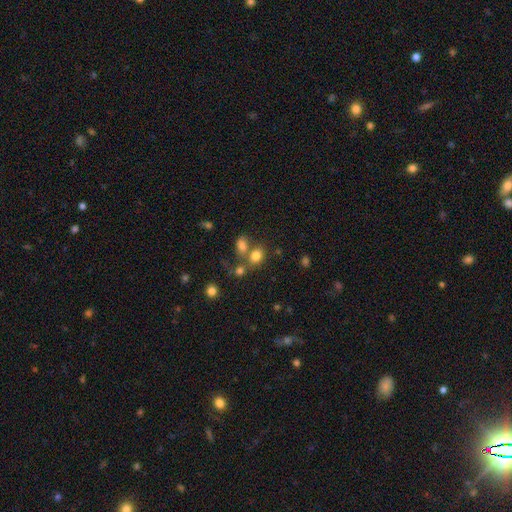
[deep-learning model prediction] Smooth or featured? Predicted: smooth (p=0.77). How rounded? Predicted: in between (p=0.58). Merging? Predicted: none (p=0.51).